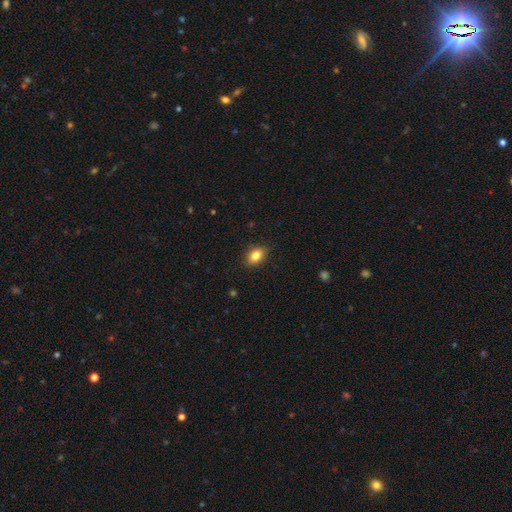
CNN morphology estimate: A smooth galaxy with no disk features (83%) that is in between round and cigar-shaped (78%). Merging: none (86%).